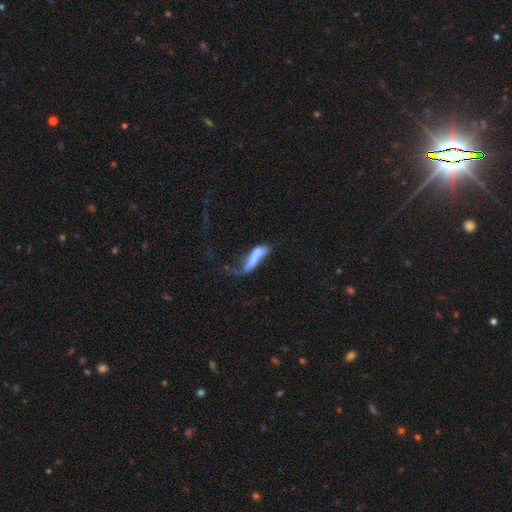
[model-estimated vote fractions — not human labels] Morphology: type=smooth (61%); roundness=cigar-shaped (58%); merging=major disturbance (41%).